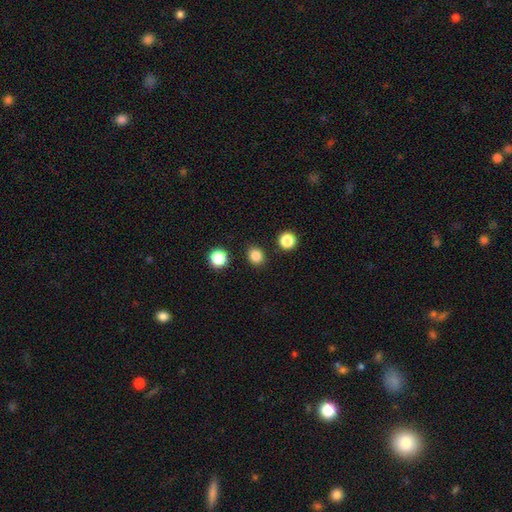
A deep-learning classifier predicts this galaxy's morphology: Smooth or featured? smooth (84%)
How rounded? round (71%)
Merging? none (88%)